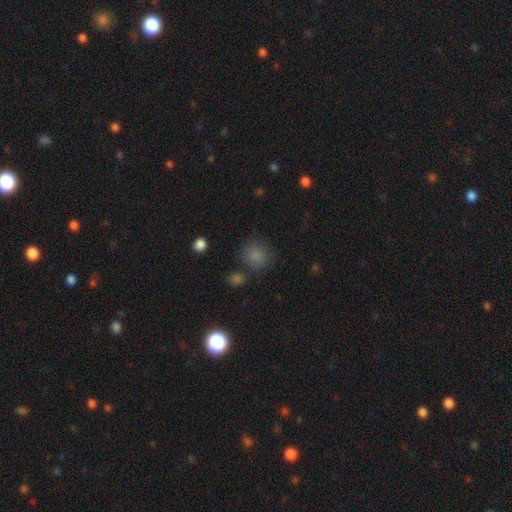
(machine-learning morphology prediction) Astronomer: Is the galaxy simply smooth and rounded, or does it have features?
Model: smooth — 82%.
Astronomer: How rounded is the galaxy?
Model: round — 86%.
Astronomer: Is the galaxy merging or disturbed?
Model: none — 76%.